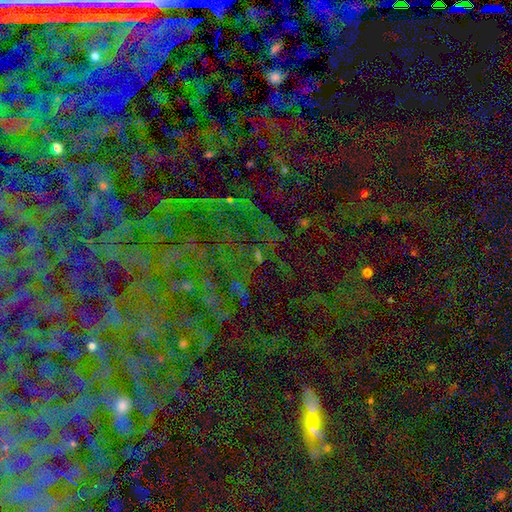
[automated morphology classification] Smooth or featured? Predicted: star or artifact (p=0.75).